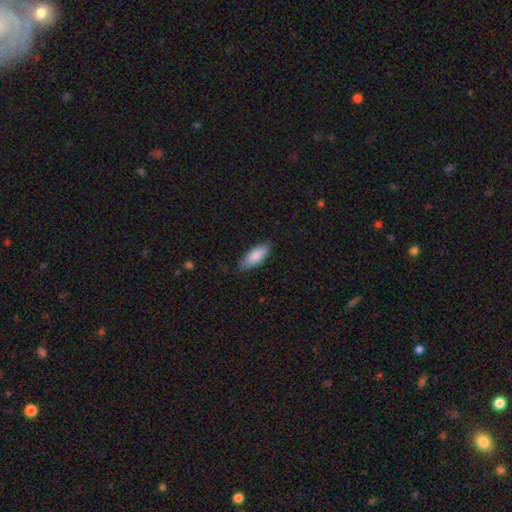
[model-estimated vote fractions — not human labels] smooth 86%, featured or disk 9%, star or artifact 5%. Down the decision tree: how rounded — in between (80%); merging — none (77%).